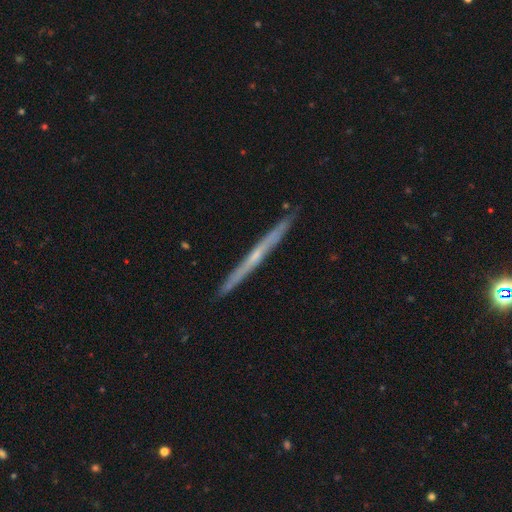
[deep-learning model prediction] Smooth or featured?
  - featured or disk: 72% *
  - smooth: 22%
  - star or artifact: 6%
Edge-on disk?
  - yes: 98% *
  - no: 2%
Edge-on bulge?
  - none: 58% *
  - rounded: 39%
  - boxy: 4%
Merging?
  - none: 91% *
  - minor disturbance: 7%
  - major disturbance: 1%
  - merger: 1%